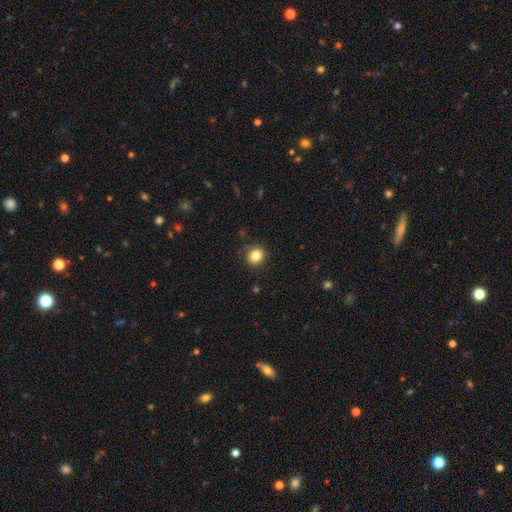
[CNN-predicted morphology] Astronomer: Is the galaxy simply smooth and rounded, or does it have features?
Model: smooth — 84%.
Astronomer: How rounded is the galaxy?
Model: round — 82%.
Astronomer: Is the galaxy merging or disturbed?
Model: none — 85%.